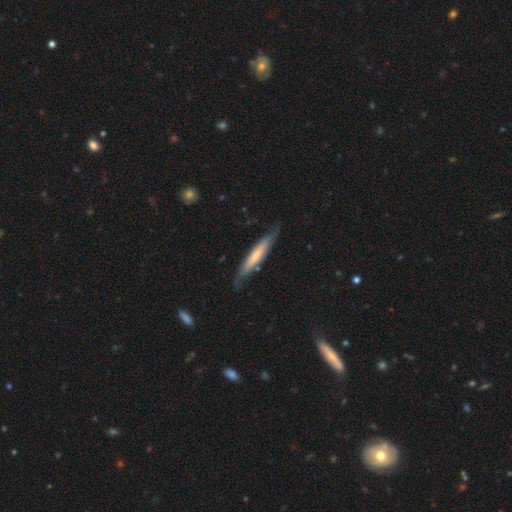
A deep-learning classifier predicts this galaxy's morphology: Q: Smooth or featured?
A: smooth (50%); runner-up: featured or disk (45%)
Q: How rounded?
A: cigar-shaped (90%); runner-up: in between (8%)
Q: Merging?
A: none (70%); runner-up: minor disturbance (22%)